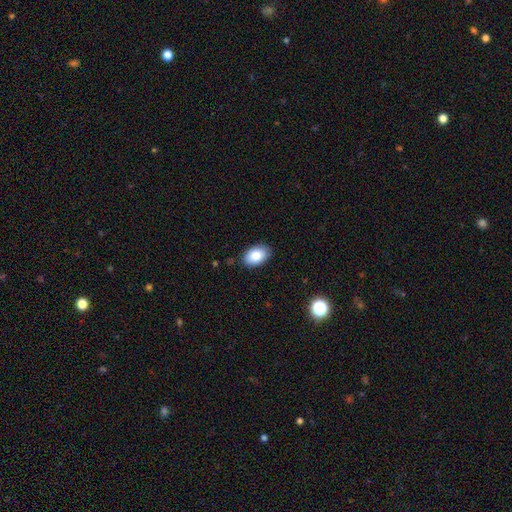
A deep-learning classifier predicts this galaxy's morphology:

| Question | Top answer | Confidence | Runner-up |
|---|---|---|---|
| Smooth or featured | smooth | 85% | featured or disk (7%) |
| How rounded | in between | 91% | round (8%) |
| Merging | none | 85% | minor disturbance (12%) |